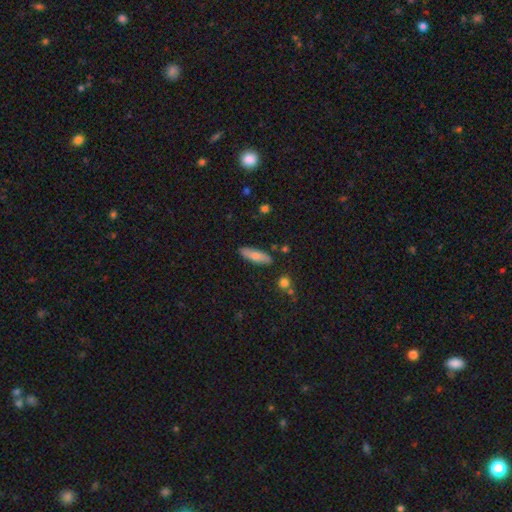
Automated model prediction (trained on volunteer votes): Morphology: type=smooth (74%); roundness=cigar-shaped (49%); merging=none (84%).